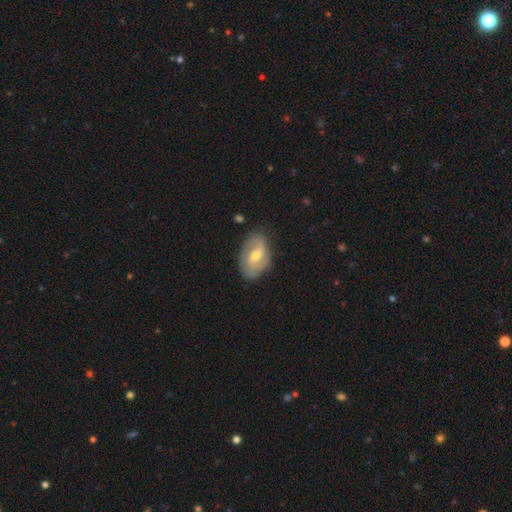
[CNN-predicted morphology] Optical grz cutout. It shows a featured or disk galaxy (69%) with a weak bar (50%), 2 (74%) medium (40%) spiral arms (85%) and a moderate central bulge (57%). Merging: none (77%).